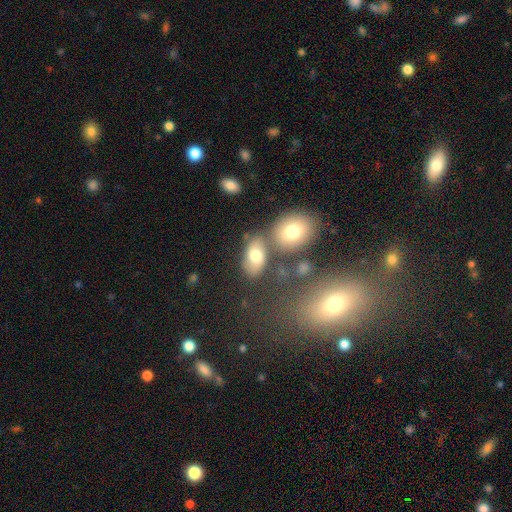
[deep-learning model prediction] Smooth or featured: smooth — 69% (featured or disk — 21%)
How rounded: in between — 85% (round — 13%)
Merging: none — 60% (merger — 20%)